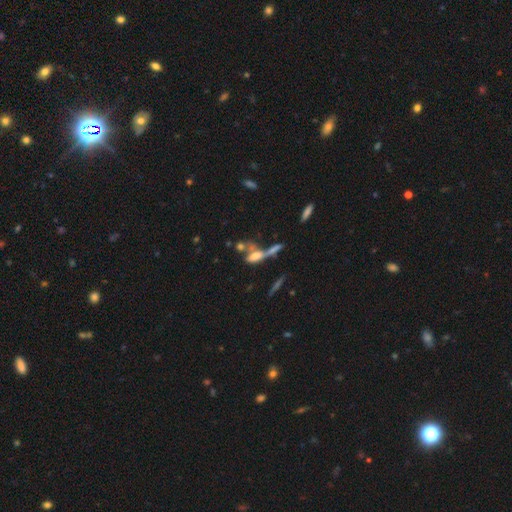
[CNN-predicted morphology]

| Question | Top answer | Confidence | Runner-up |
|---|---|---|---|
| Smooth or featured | smooth | 44% | featured or disk (39%) |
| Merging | merger | 43% | none (31%) |